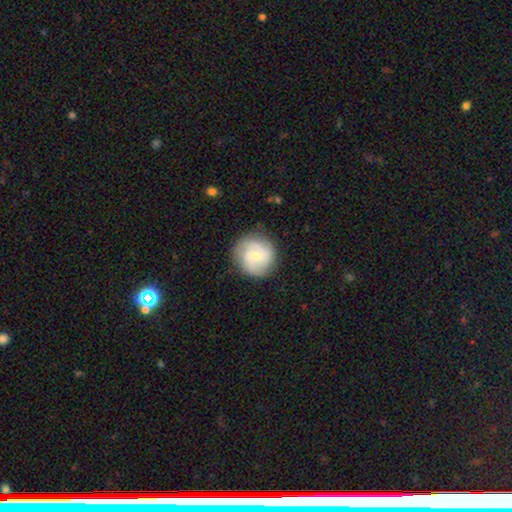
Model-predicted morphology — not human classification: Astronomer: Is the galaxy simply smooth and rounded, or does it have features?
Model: featured or disk — 58% (runner-up: smooth, 35%).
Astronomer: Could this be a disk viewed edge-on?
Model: no — 98%.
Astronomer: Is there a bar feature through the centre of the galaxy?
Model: weak — 48% (runner-up: no, 42%).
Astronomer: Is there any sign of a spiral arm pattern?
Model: yes — 88%.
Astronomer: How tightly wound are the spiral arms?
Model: medium — 44% (runner-up: tight, 38%).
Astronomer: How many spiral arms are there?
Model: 2 — 52%.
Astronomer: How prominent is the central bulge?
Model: small — 66%.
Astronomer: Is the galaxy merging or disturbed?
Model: none — 79%.